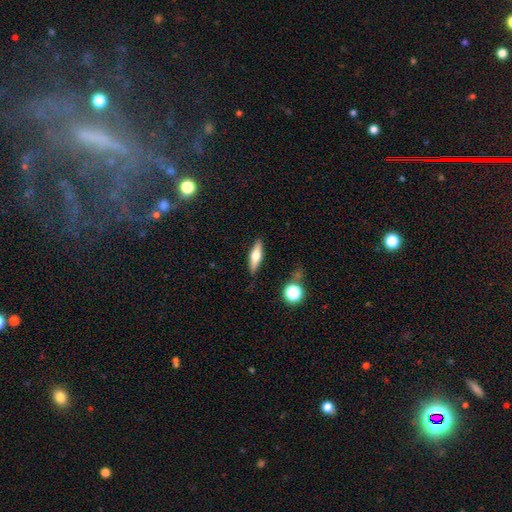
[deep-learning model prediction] A smooth galaxy with no disk features (51%) that is cigar-shaped (59%).

Vote fractions:
- Smooth or featured? smooth: 51% / featured or disk: 42% / star or artifact: 7%
- How rounded? cigar-shaped: 59% / in between: 38% / round: 3%
- Merging? none: 84% / minor disturbance: 11% / major disturbance: 3% / merger: 2%